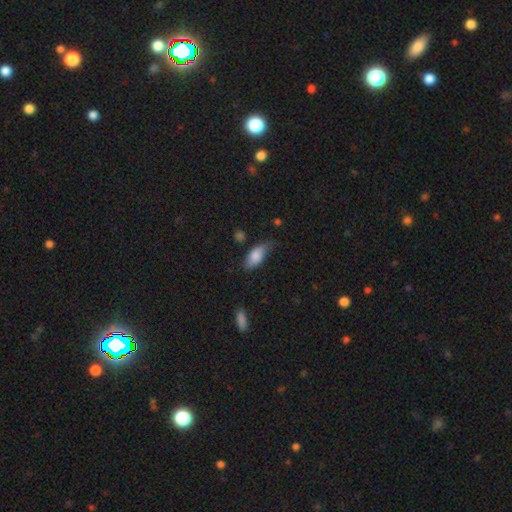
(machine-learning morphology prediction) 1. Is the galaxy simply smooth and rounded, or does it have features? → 79% smooth, 14% featured or disk, 7% star or artifact.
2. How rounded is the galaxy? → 85% in between, 11% cigar-shaped, 3% round.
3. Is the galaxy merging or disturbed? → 51% none, 36% minor disturbance, 10% major disturbance, 3% merger.